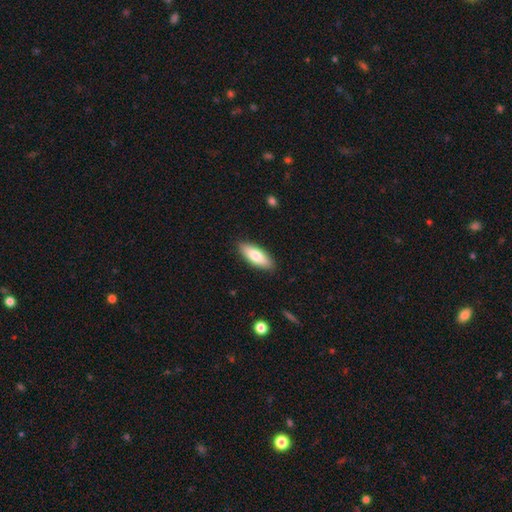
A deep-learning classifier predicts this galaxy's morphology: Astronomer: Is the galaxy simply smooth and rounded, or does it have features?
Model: smooth — 77%.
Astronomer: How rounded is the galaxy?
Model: in between — 70%.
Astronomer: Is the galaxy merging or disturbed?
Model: none — 88%.